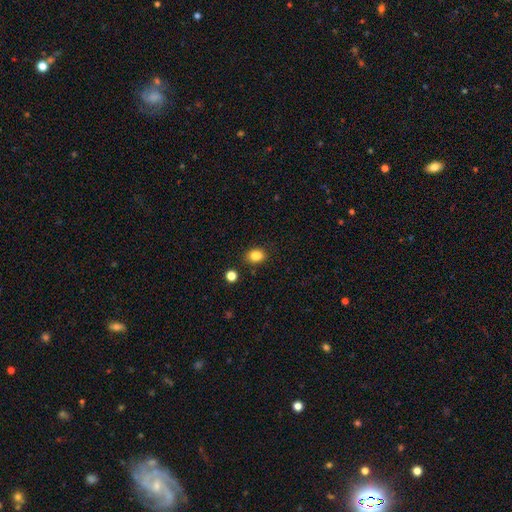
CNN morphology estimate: A smooth galaxy with no disk features (85%) that is in between round and cigar-shaped (61%). Merging: none (84%).